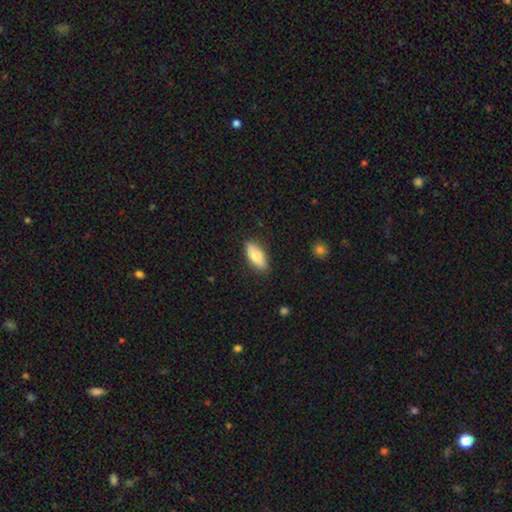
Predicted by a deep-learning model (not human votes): Smooth or featured? Predicted: smooth (p=0.76). How rounded? Predicted: in between (p=0.71). Merging? Predicted: none (p=0.86).